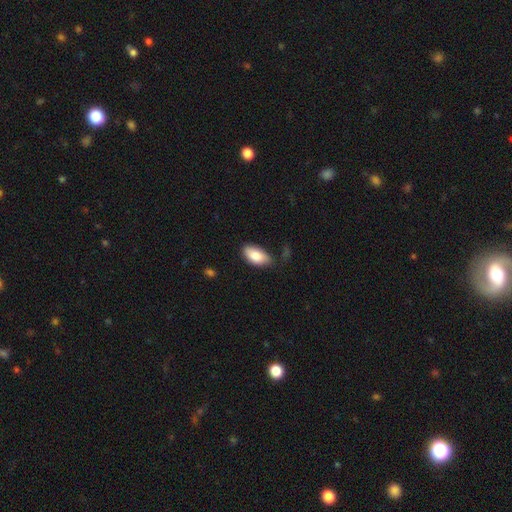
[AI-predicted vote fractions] This is clearly a smooth galaxy (84%). How rounded: clearly in between (94%). Merging: likely none (68%).